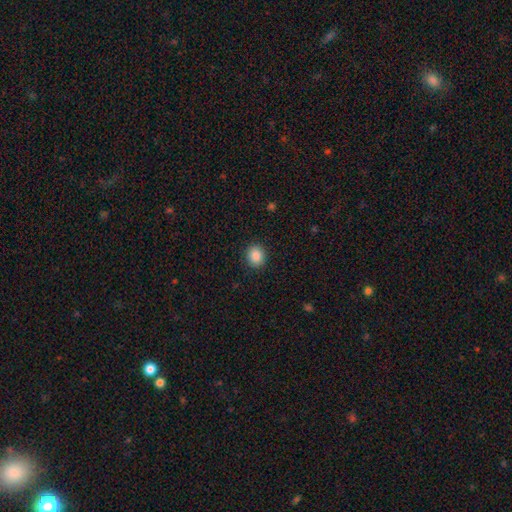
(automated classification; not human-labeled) Overall: smooth (88%). How rounded: round (72%). Merging: none (91%).